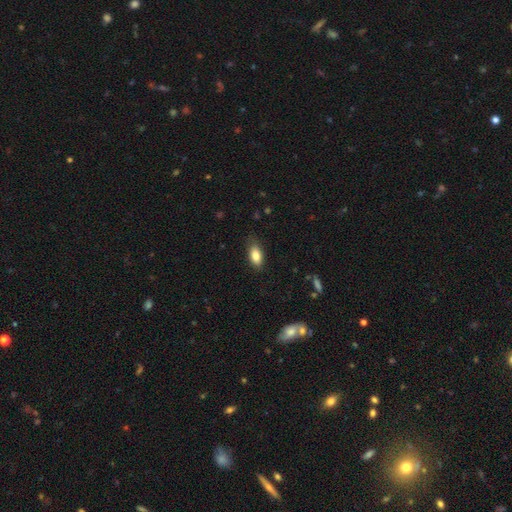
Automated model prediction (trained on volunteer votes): The model was most divided on "merging": none: 78%, minor disturbance: 18%, major disturbance: 4%, merger: 1%. More confident: how rounded — in between (87%); smooth or featured — smooth (84%).